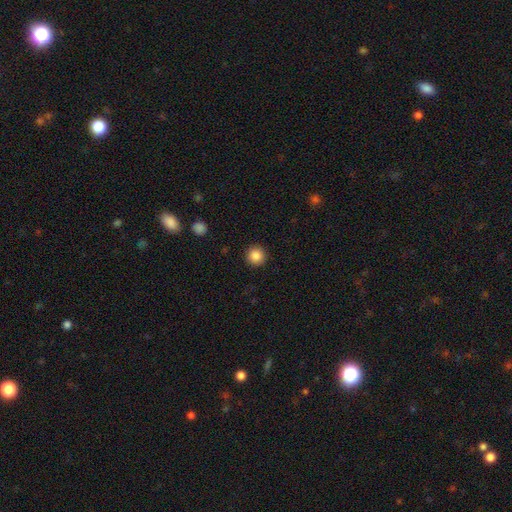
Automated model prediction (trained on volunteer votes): smooth_or_featured: smooth (p=0.86) [alt: star or artifact p=0.10]
how_rounded: round (p=0.95) [alt: in between p=0.04]
merging: none (p=0.93) [alt: minor disturbance p=0.05]